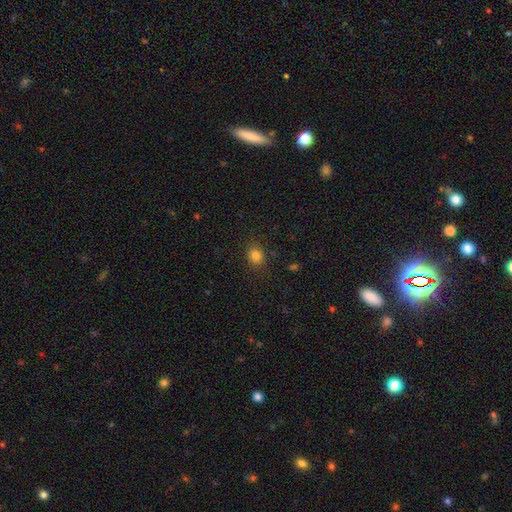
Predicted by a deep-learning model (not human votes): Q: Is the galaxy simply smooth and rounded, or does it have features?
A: smooth — 81%.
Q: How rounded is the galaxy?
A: round — 65%.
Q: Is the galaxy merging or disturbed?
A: none — 87%.